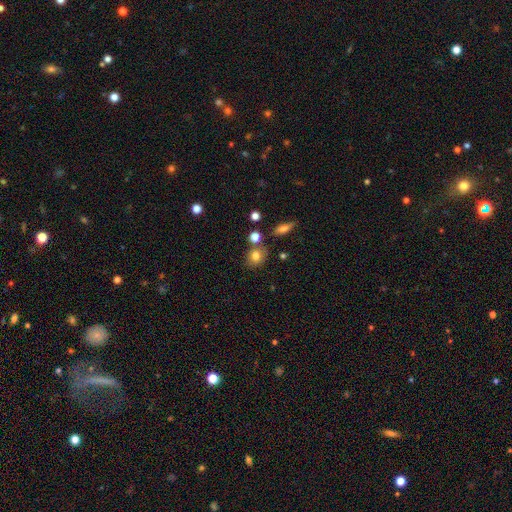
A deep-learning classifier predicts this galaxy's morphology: Q: Smooth or featured?
A: smooth (78%); runner-up: featured or disk (11%)
Q: How rounded?
A: round (64%); runner-up: in between (35%)
Q: Merging?
A: none (71%); runner-up: merger (13%)